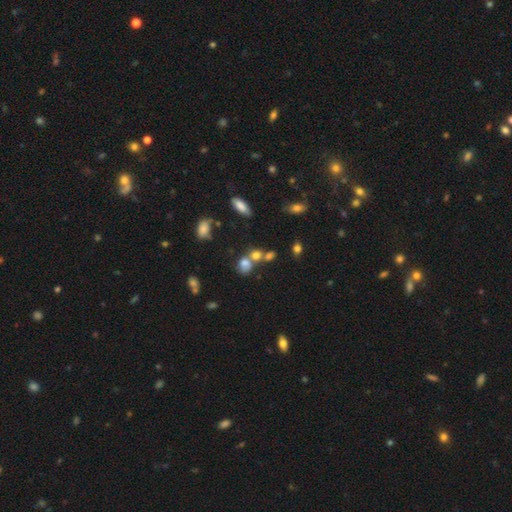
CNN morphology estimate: This appears to be a smooth galaxy with no disk features (69%) that is round (61%). Merging: merger (51%).